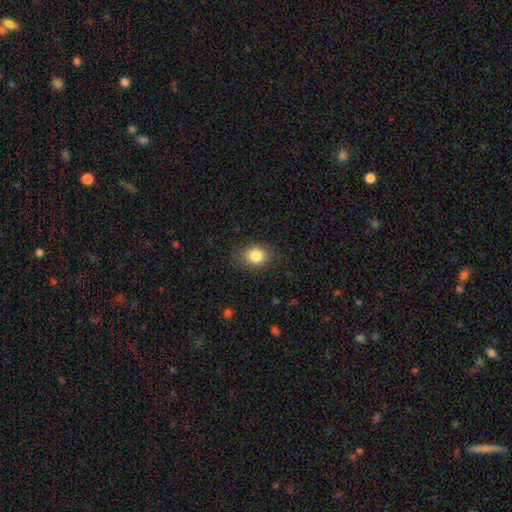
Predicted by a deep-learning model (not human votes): Smooth or featured?
  - smooth: 84% *
  - star or artifact: 9%
  - featured or disk: 6%
How rounded?
  - in between: 59% *
  - round: 40%
  - cigar-shaped: 1%
Merging?
  - none: 83% *
  - minor disturbance: 12%
  - major disturbance: 4%
  - merger: 1%